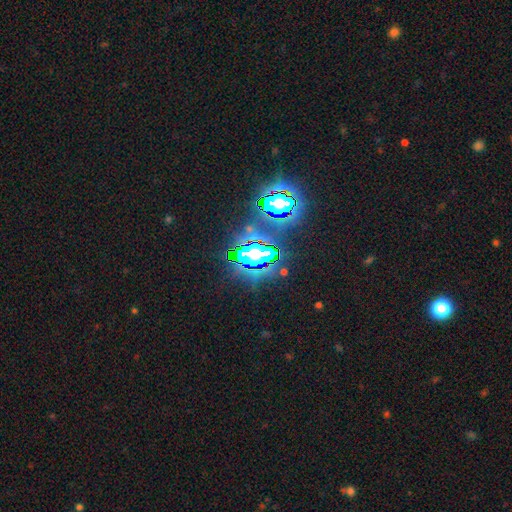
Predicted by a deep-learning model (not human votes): Q: Smooth or featured?
A: star or artifact (78%); runner-up: smooth (13%)